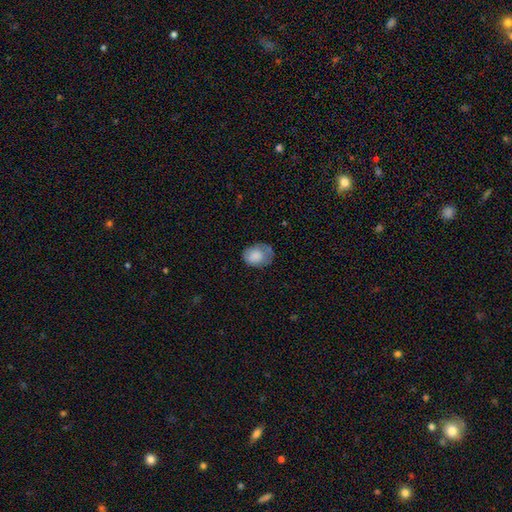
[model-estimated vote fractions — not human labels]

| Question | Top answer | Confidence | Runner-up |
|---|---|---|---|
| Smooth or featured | smooth | 78% | featured or disk (15%) |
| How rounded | in between | 64% | round (35%) |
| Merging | none | 51% | minor disturbance (32%) |